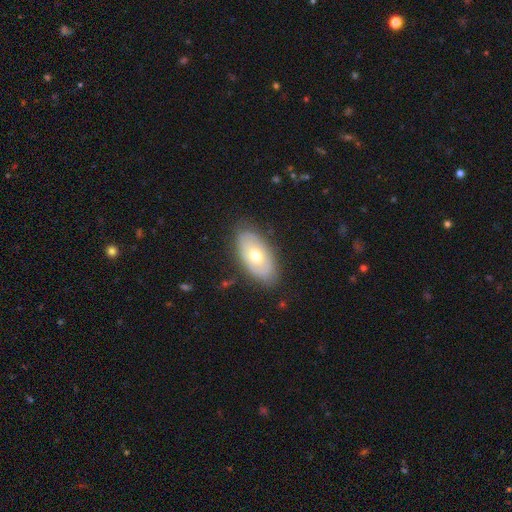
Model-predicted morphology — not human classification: smooth_or_featured: smooth (p=0.48) [alt: featured or disk p=0.46]
merging: none (p=0.82) [alt: minor disturbance p=0.14]